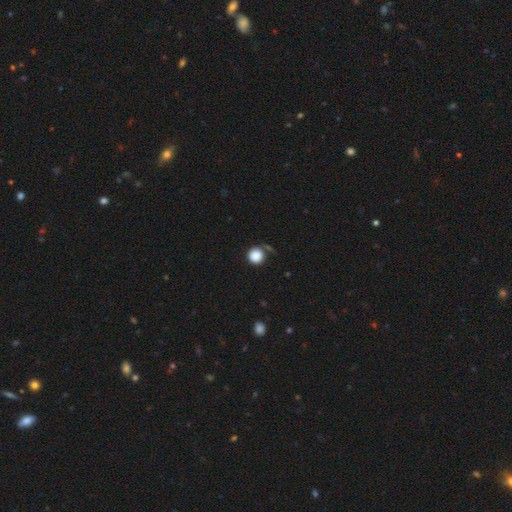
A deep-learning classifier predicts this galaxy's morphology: Smooth or featured: smooth — 86% (star or artifact — 10%)
How rounded: round — 94% (in between — 5%)
Merging: none — 75% (minor disturbance — 13%)